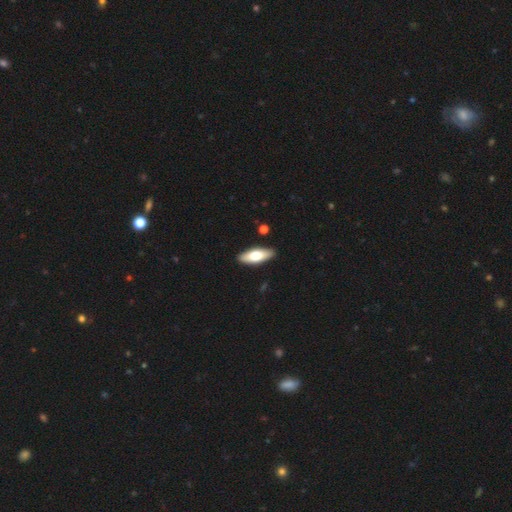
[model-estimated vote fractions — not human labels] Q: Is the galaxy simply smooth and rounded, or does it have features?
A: smooth — 66%.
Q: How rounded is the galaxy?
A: in between — 71%.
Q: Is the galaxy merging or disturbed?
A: none — 89%.